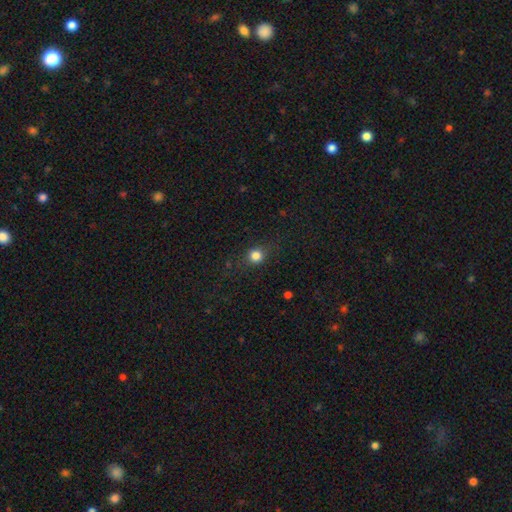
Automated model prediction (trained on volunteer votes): Smooth or featured?
  - smooth: 80% *
  - star or artifact: 13%
  - featured or disk: 6%
How rounded?
  - round: 84% *
  - in between: 15%
  - cigar-shaped: 1%
Merging?
  - none: 82% *
  - minor disturbance: 12%
  - major disturbance: 5%
  - merger: 1%